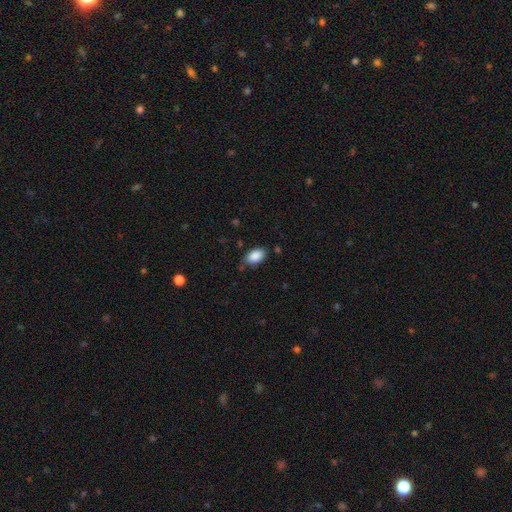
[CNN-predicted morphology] type=smooth (87%); roundness=in between (92%); merging=none (70%).